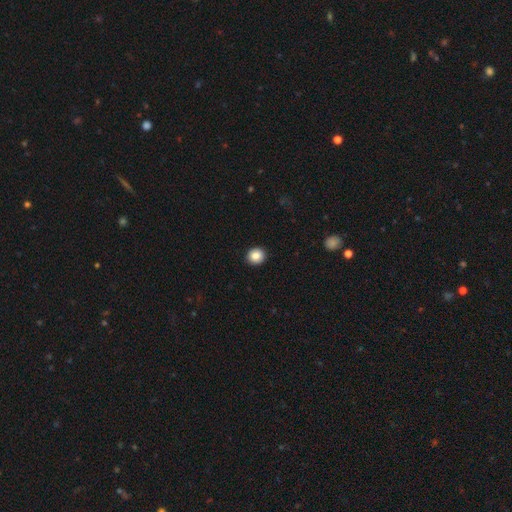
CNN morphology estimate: Smooth or featured? Predicted: smooth (p=0.85). How rounded? Predicted: round (p=0.88). Merging? Predicted: none (p=0.93).